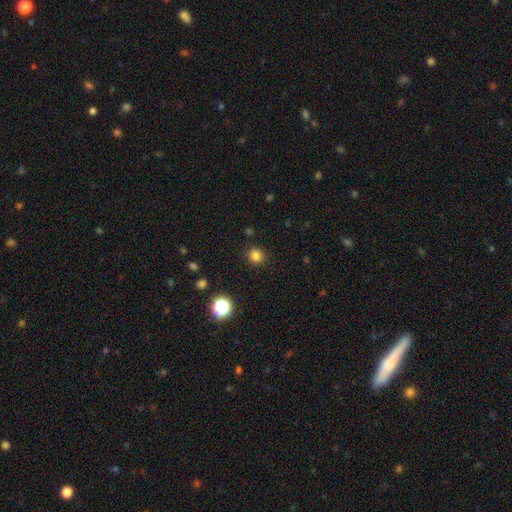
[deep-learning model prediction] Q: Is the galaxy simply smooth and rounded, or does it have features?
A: smooth — 81%.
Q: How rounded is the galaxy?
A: round — 90%.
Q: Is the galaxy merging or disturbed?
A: none — 91%.